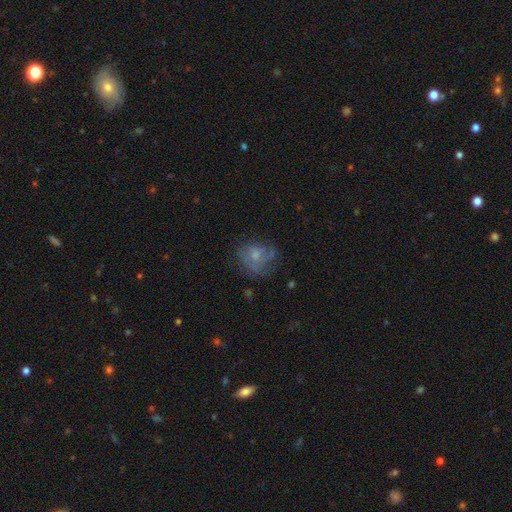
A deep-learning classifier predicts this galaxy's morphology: The model was most divided on "smooth or featured": smooth: 49%, featured or disk: 40%, star or artifact: 11%. Remaining: merging — none (45%).